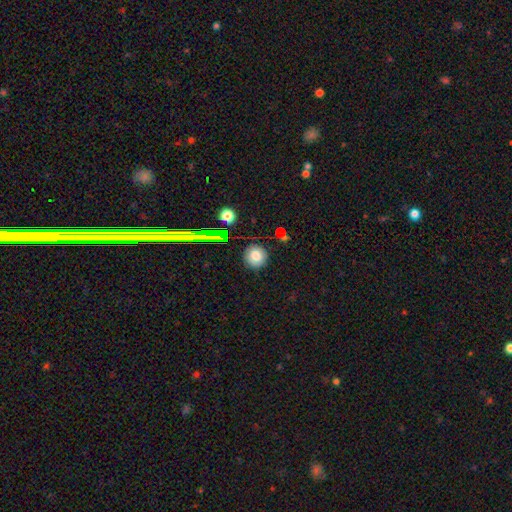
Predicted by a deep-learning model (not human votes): This appears to be a smooth galaxy with no disk features (76%) that is round (92%). Merging: none (85%).